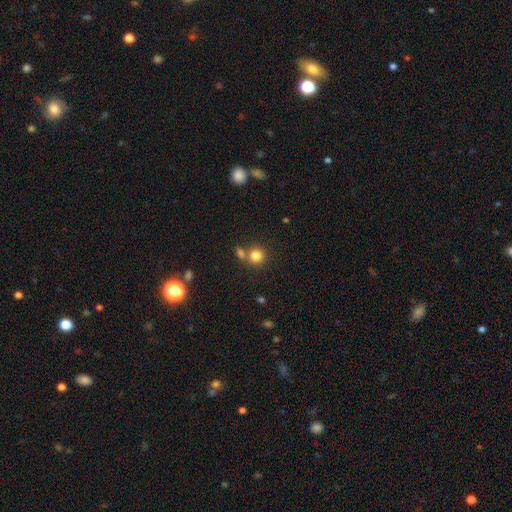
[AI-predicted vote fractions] Smooth or featured: smooth — 81% (star or artifact — 12%)
How rounded: round — 88% (in between — 11%)
Merging: none — 61% (merger — 27%)